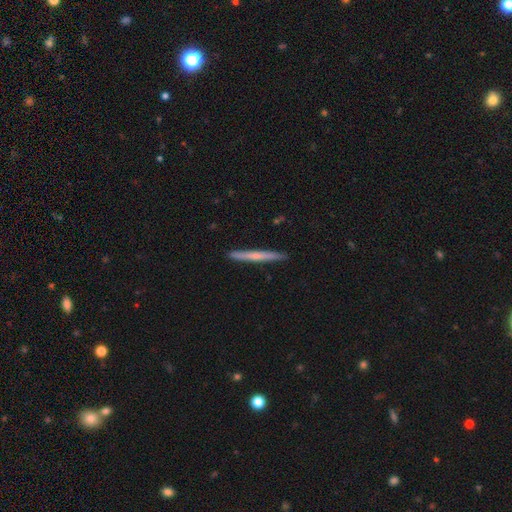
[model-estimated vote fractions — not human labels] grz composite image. It shows a smooth galaxy with no disk features (49%). Merging: none (92%).